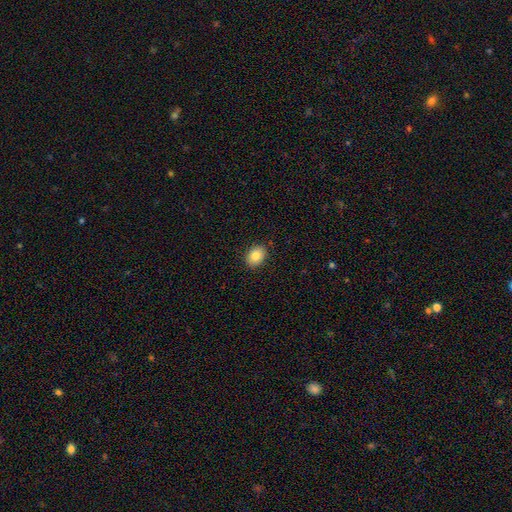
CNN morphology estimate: A smooth galaxy with no disk features (84%) that is in between round and cigar-shaped (66%).

Vote fractions:
- Smooth or featured? smooth: 84% / star or artifact: 8% / featured or disk: 8%
- How rounded? in between: 66% / round: 34% / cigar-shaped: 1%
- Merging? none: 89% / minor disturbance: 8% / major disturbance: 2% / merger: 1%